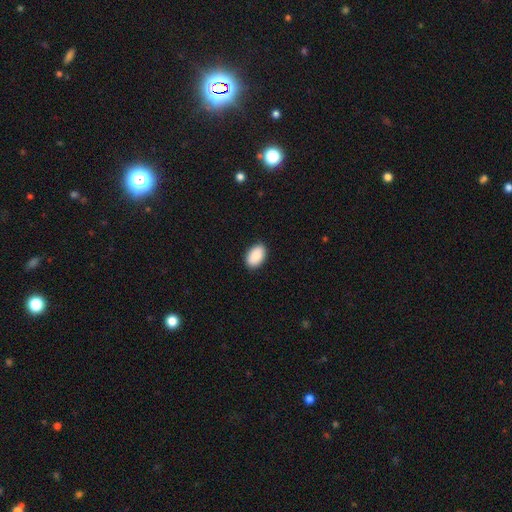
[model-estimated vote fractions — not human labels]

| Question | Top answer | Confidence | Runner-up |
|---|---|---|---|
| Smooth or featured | smooth | 91% | star or artifact (6%) |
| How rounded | in between | 92% | round (7%) |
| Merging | none | 90% | minor disturbance (8%) |